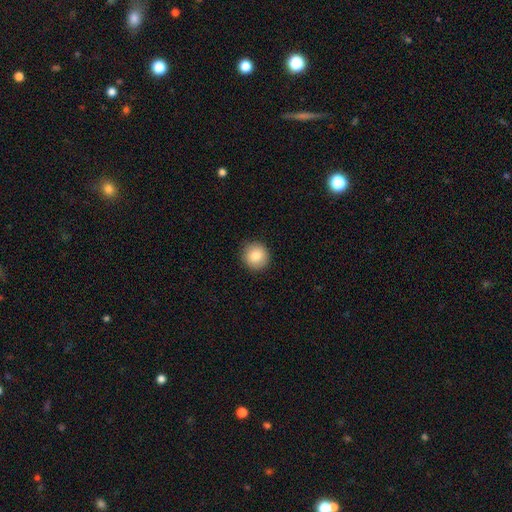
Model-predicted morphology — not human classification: smooth 83%, featured or disk 8%, star or artifact 8%. Down the decision tree: how rounded — round (93%); merging — none (91%).